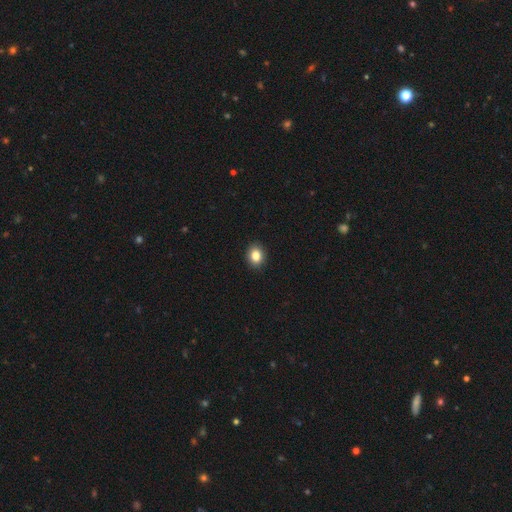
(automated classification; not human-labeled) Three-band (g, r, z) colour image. It shows a smooth galaxy with no disk features (84%) that is round (50%). Merging: none (91%).